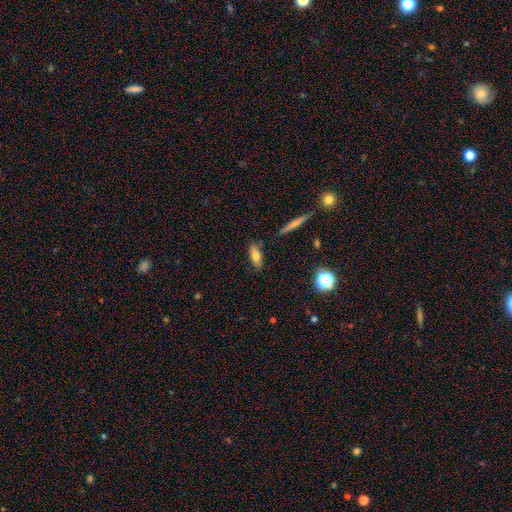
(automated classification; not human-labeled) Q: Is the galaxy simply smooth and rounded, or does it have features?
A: smooth — 74%.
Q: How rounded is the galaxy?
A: in between — 70%.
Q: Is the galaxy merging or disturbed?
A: none — 82%.